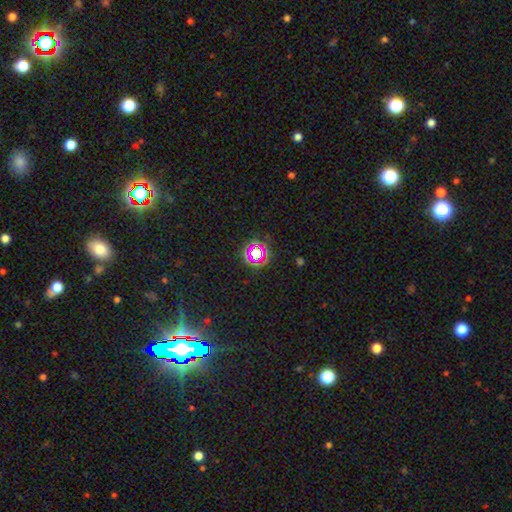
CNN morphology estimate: smooth-or-featured: star or artifact: 68% | smooth: 22% | featured or disk: 10%